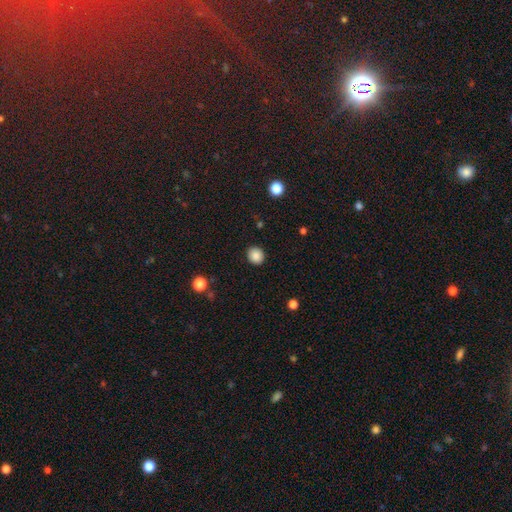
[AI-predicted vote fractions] Q: Smooth or featured?
A: smooth (87%); runner-up: star or artifact (9%)
Q: How rounded?
A: round (81%); runner-up: in between (18%)
Q: Merging?
A: none (91%); runner-up: minor disturbance (6%)